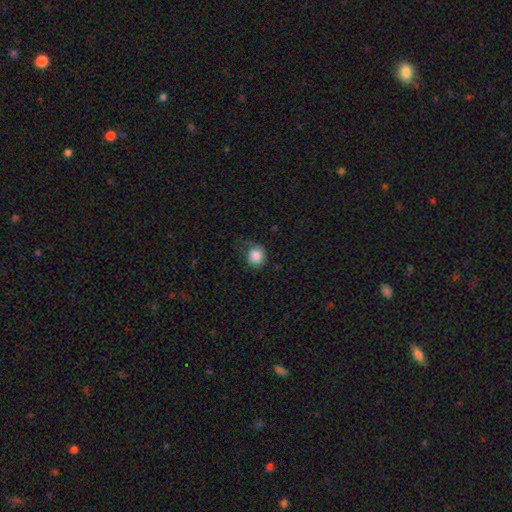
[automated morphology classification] A smooth galaxy with no disk features (85%) that is round (83%).

Vote fractions:
- Smooth or featured? smooth: 85% / star or artifact: 8% / featured or disk: 7%
- How rounded? round: 83% / in between: 16% / cigar-shaped: 1%
- Merging? none: 54% / minor disturbance: 29% / major disturbance: 16% / merger: 2%